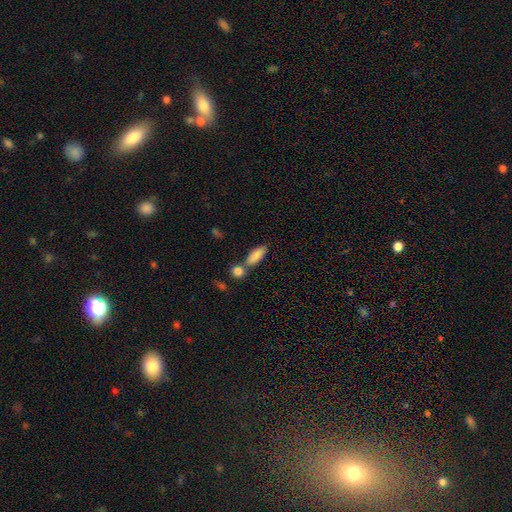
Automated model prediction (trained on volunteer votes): Morphology: type=smooth (87%); roundness=in between (77%); merging=none (59%).